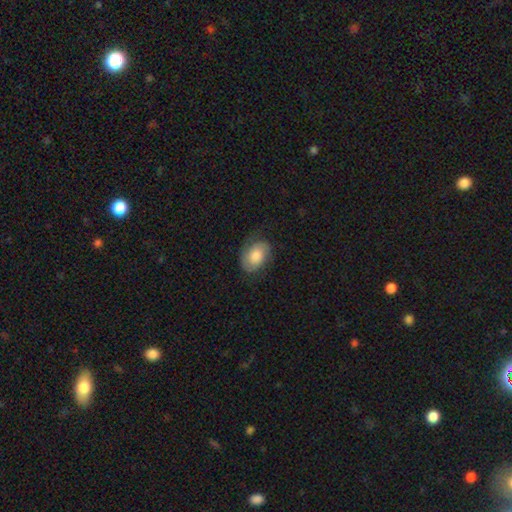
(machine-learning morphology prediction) Smooth or featured? smooth (47%)
Merging? none (69%)